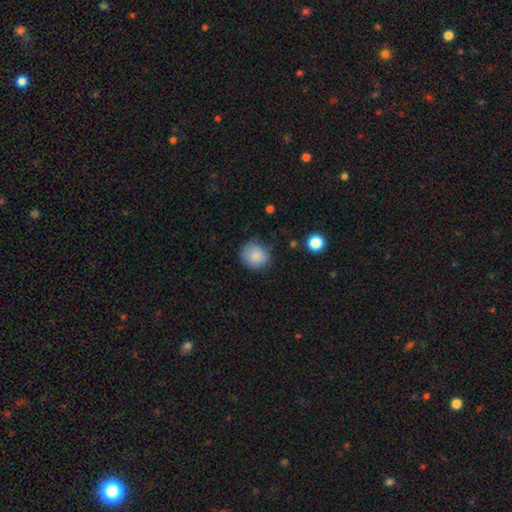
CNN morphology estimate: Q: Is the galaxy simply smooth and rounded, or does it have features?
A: smooth — 86%.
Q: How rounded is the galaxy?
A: round — 82%.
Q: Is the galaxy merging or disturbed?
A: none — 76%.